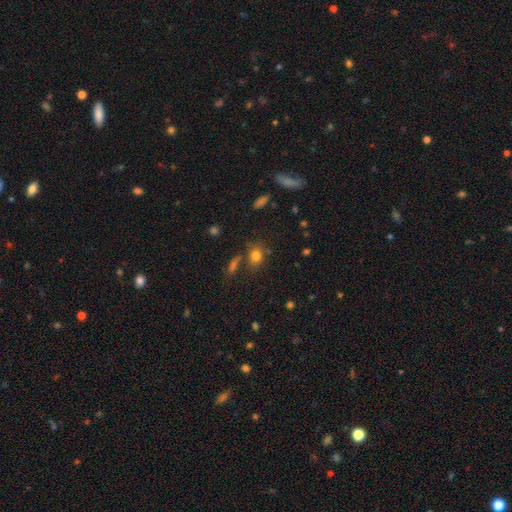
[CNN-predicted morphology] A smooth galaxy with no disk features (78%) that is round (50%). Merging: none (65%).